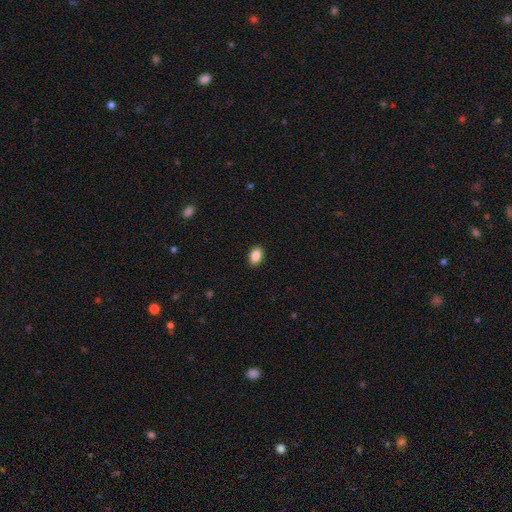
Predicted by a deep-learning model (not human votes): smooth_or_featured: smooth (p=0.87) [alt: star or artifact p=0.08]
how_rounded: in between (p=0.85) [alt: round p=0.14]
merging: none (p=0.90) [alt: minor disturbance p=0.07]